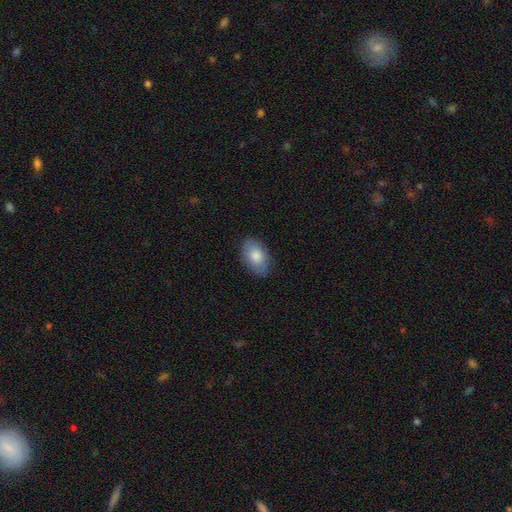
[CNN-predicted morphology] Smooth or featured? Predicted: smooth (p=0.80). How rounded? Predicted: in between (p=0.90). Merging? Predicted: none (p=0.85).